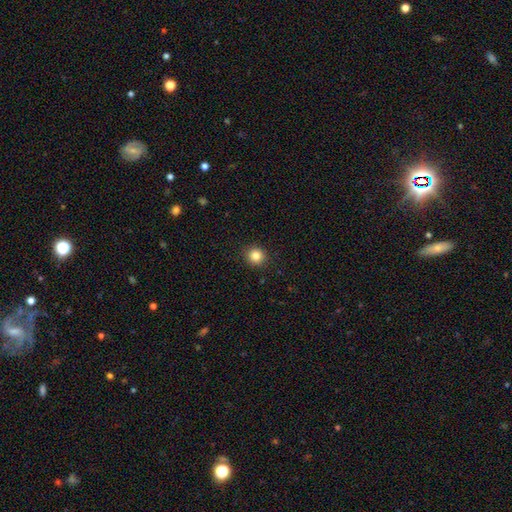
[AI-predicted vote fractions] A smooth galaxy with no disk features (84%) that is round (91%).

Vote fractions:
- Smooth or featured? smooth: 84% / star or artifact: 11% / featured or disk: 5%
- How rounded? round: 91% / in between: 8% / cigar-shaped: 1%
- Merging? none: 92% / minor disturbance: 6% / major disturbance: 2% / merger: 1%